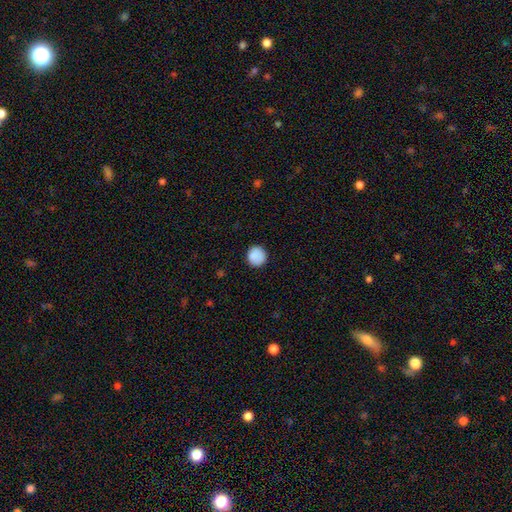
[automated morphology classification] Overall: smooth (86%). How rounded: round (91%). Merging: none (85%).